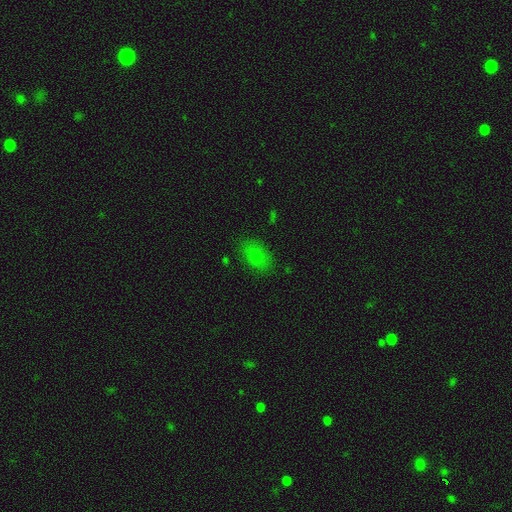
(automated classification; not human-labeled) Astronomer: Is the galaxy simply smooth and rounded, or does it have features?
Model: smooth — 72%.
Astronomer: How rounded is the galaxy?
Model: in between — 77%.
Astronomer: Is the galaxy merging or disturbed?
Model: none — 80%.